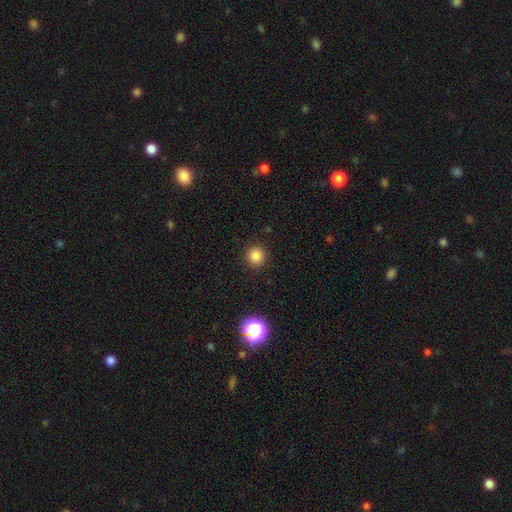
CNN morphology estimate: Overall: smooth (83%). How rounded: round (93%). Merging: none (91%).